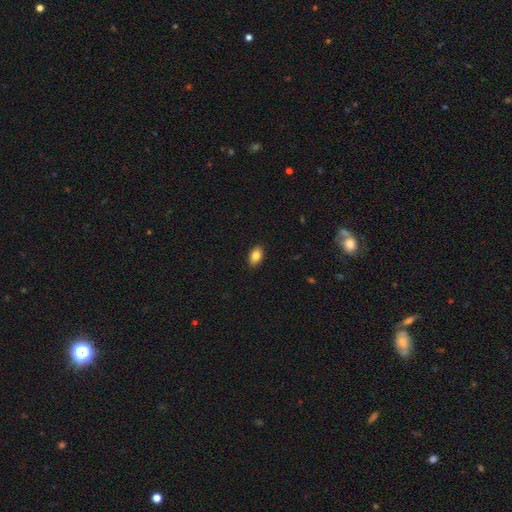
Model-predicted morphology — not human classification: A smooth galaxy with no disk features (84%) that is in between round and cigar-shaped (91%).

Vote fractions:
- Smooth or featured? smooth: 84% / featured or disk: 8% / star or artifact: 8%
- How rounded? in between: 91% / round: 7% / cigar-shaped: 2%
- Merging? none: 89% / minor disturbance: 8% / major disturbance: 2% / merger: 1%